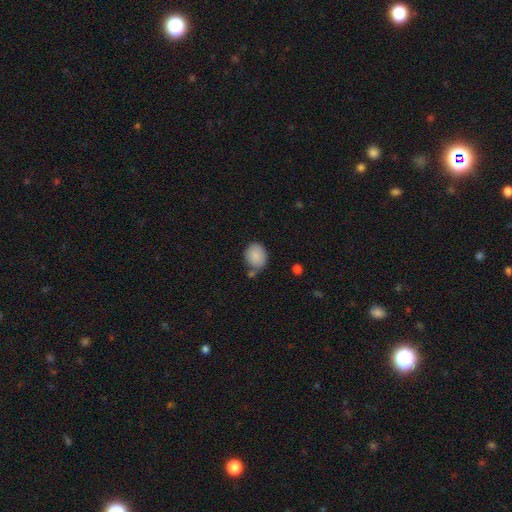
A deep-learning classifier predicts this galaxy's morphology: Smooth or featured: smooth — 87% (star or artifact — 8%)
How rounded: round — 63% (in between — 36%)
Merging: none — 65% (minor disturbance — 19%)